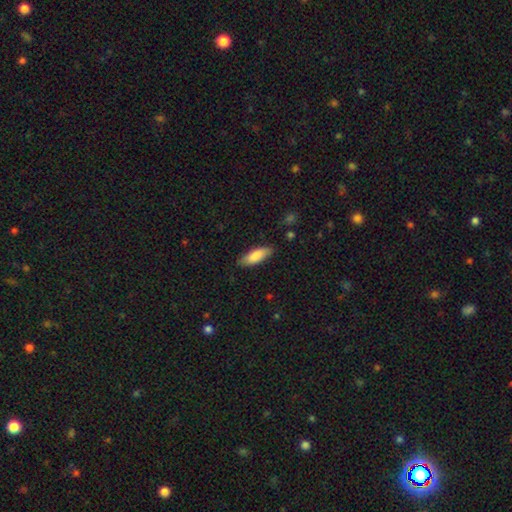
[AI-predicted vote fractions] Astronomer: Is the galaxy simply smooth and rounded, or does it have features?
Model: smooth — 84%.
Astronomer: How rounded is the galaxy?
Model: in between — 67%.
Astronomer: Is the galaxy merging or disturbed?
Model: none — 83%.